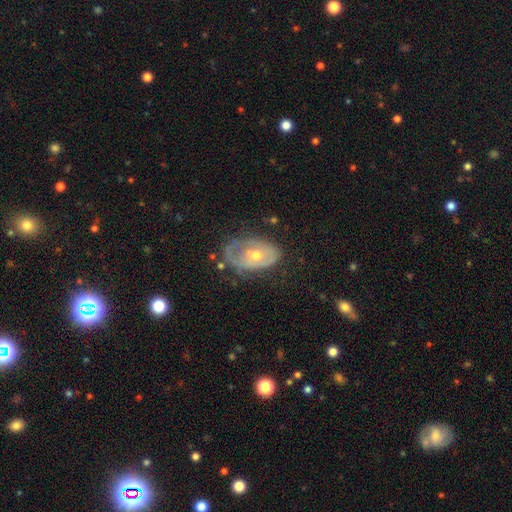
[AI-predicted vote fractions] Smooth or featured?
  - featured or disk: 65% *
  - smooth: 28%
  - star or artifact: 7%
Edge-on disk?
  - no: 94% *
  - yes: 6%
Bar?
  - no: 80% *
  - weak: 16%
  - strong: 4%
Spiral arms?
  - yes: 55% *
  - no: 45%
Bulge size?
  - moderate: 53% *
  - small: 43%
  - large: 2%
  - none: 1%
  - dominant: 1%
Merging?
  - none: 40% *
  - minor disturbance: 32%
  - major disturbance: 25%
  - merger: 3%